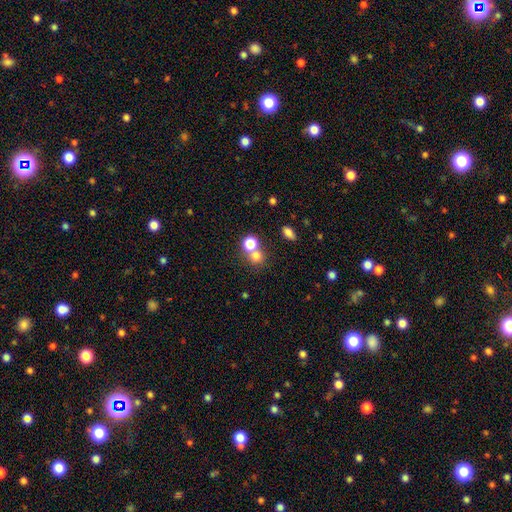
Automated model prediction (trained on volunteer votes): Smooth or featured? smooth (73%)
How rounded? round (83%)
Merging? none (52%)